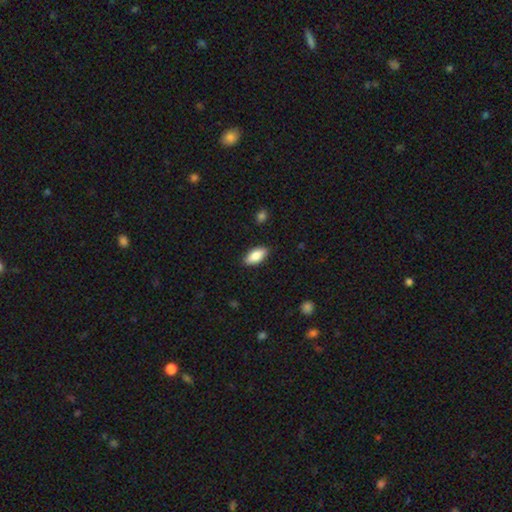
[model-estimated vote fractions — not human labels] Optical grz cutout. It shows a smooth galaxy with no disk features (83%) that is in between round and cigar-shaped (87%). Merging: none (88%).